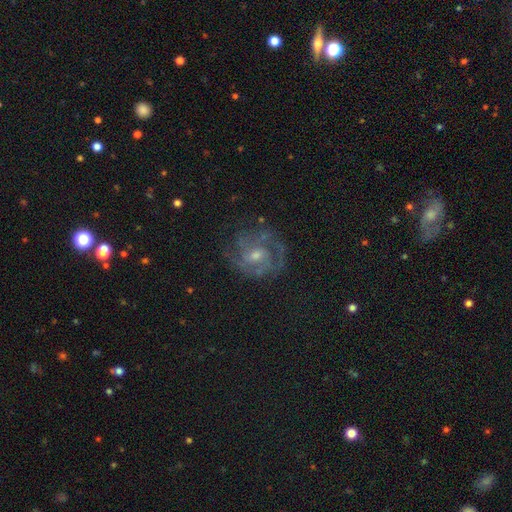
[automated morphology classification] This is clearly a featured or disk galaxy (80%). It is clearly not viewed edge-on (98%). Bar: possibly no (54%). Spiral arm pattern: clearly yes (89%). Spiral arm count: marginally can't tell (29%). Spiral winding: marginally medium (44%). Central bulge: possibly moderate (49%). Merging: likely none (65%).